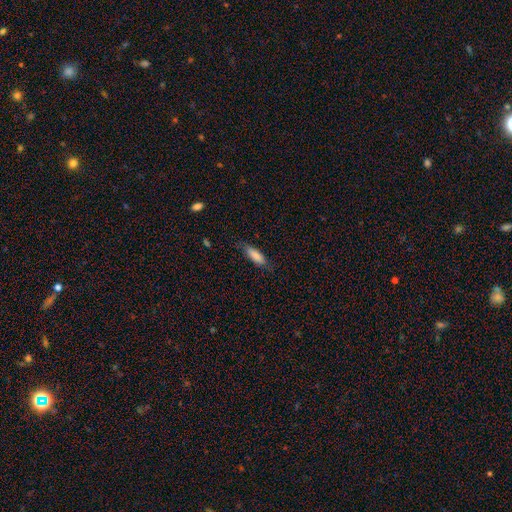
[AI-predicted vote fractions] Smooth or featured: smooth — 82% (featured or disk — 11%)
How rounded: in between — 49% (tied with cigar-shaped — 49%)
Merging: none — 76% (minor disturbance — 19%)